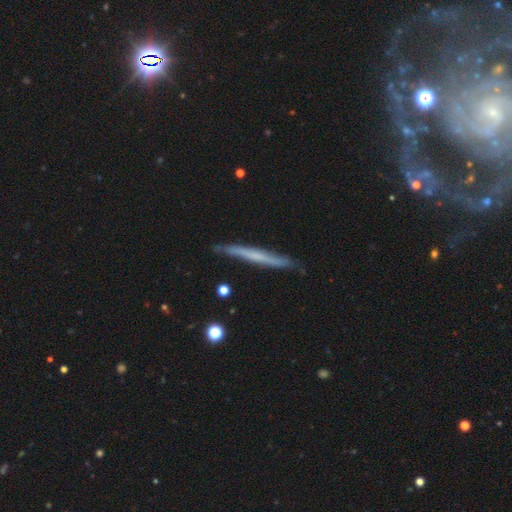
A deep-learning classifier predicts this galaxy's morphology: smooth-or-featured: featured or disk: 52% | smooth: 41% | star or artifact: 6%
  disk-edge-on: yes: 94% | no: 6%
  merging: none: 85% | minor disturbance: 12% | major disturbance: 2% | merger: 1%